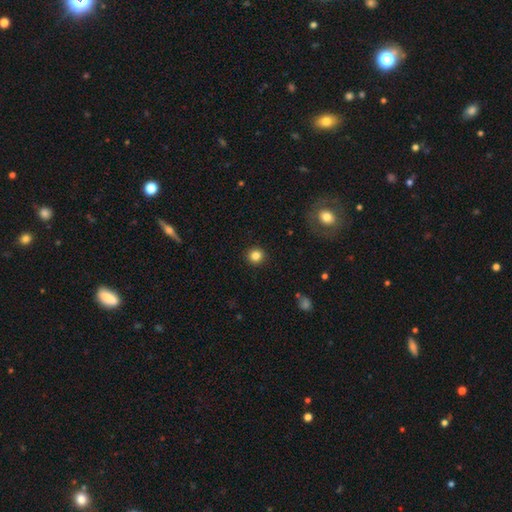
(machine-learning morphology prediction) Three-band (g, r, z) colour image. It shows a smooth galaxy with no disk features (84%) that is round (93%). Merging: none (92%).